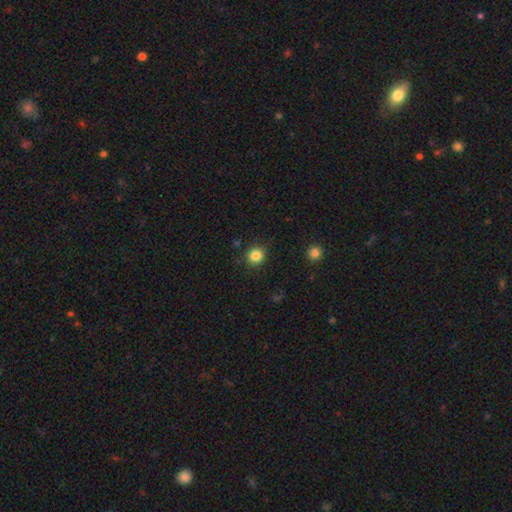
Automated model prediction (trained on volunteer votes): The model was most divided on "how rounded": round: 84%, in between: 15%, cigar-shaped: 1%. More confident: merging — none (88%); smooth or featured — smooth (84%).